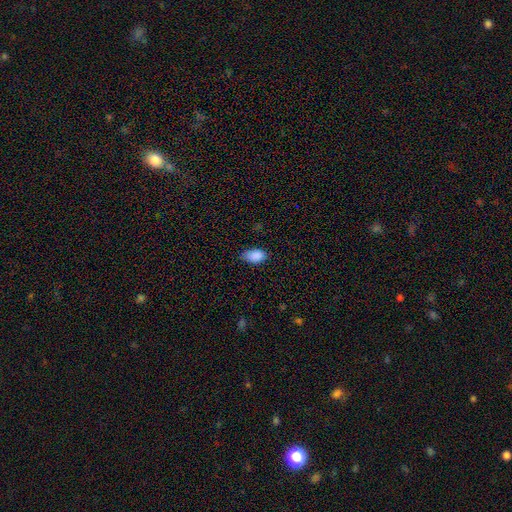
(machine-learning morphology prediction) Overall: smooth (88%). How rounded: in between (92%). Merging: none (69%).